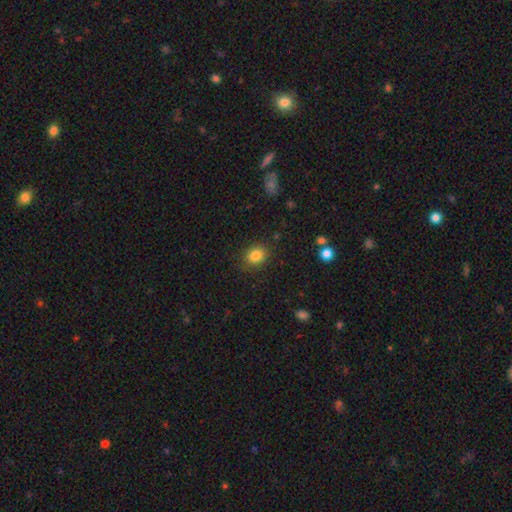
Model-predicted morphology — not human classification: The model was most divided on "how rounded": round: 56%, in between: 43%, cigar-shaped: 1%. More confident: merging — none (85%); smooth or featured — smooth (83%).